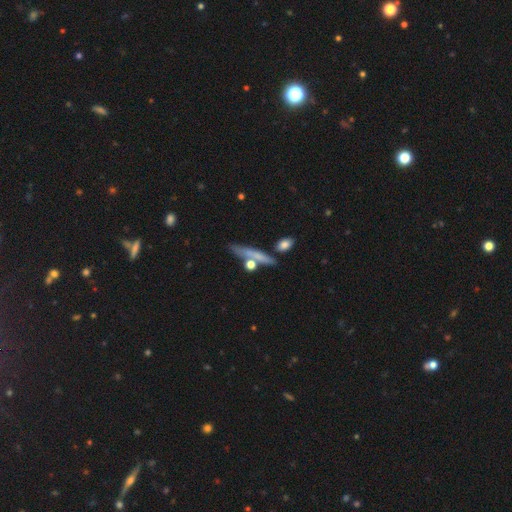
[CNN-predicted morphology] smooth 55%, featured or disk 36%, star or artifact 10%. Down the decision tree: how rounded — cigar-shaped (80%); merging — none (69%).